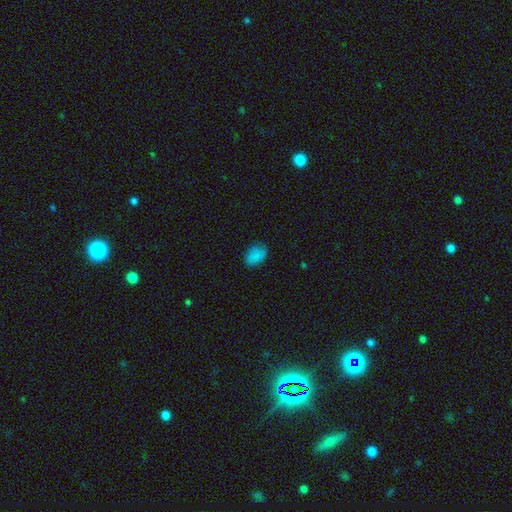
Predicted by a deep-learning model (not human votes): smooth-or-featured: smooth: 84% | star or artifact: 11% | featured or disk: 5%
  how-rounded: in between: 87% | round: 12% | cigar-shaped: 1%
  merging: none: 77% | minor disturbance: 18% | major disturbance: 4% | merger: 1%